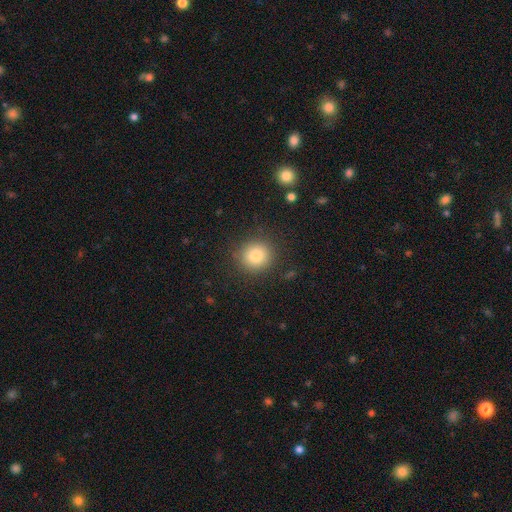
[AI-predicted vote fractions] Smooth or featured? smooth (81%)
How rounded? round (91%)
Merging? none (88%)